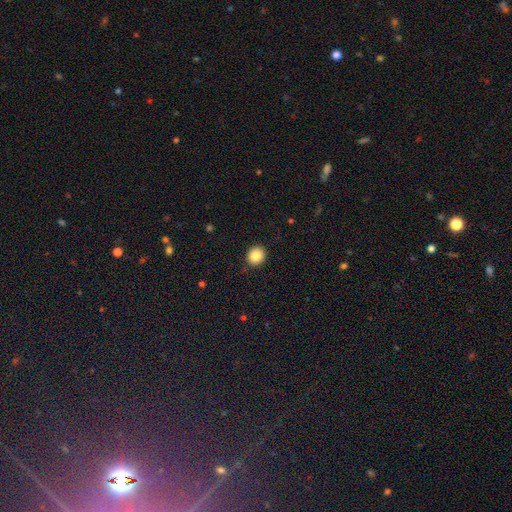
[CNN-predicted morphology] smooth-or-featured: smooth: 85% | star or artifact: 9% | featured or disk: 6%
  how-rounded: round: 86% | in between: 13% | cigar-shaped: 1%
  merging: none: 91% | minor disturbance: 6% | major disturbance: 2% | merger: 1%